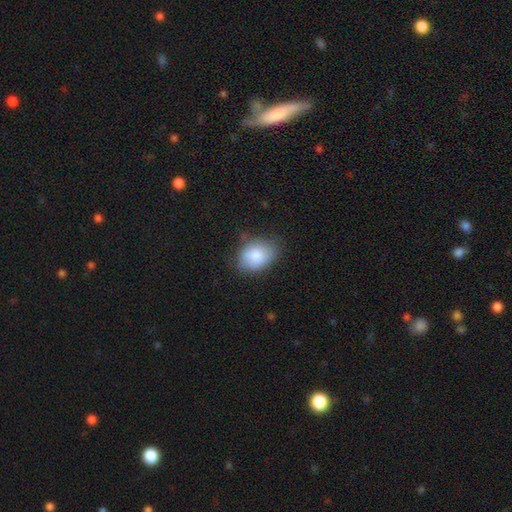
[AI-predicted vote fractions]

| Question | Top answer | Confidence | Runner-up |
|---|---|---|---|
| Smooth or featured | smooth | 83% | featured or disk (10%) |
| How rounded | in between | 70% | round (29%) |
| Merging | none | 65% | minor disturbance (27%) |